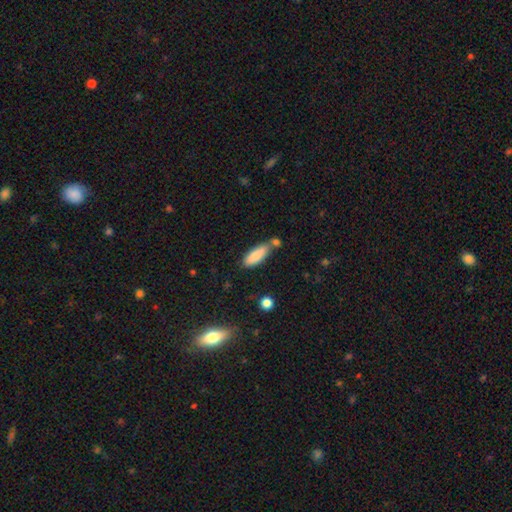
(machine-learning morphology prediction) smooth_or_featured: smooth (p=0.84) [alt: featured or disk p=0.09]
how_rounded: in between (p=0.62) [alt: cigar-shaped p=0.37]
merging: none (p=0.55) [alt: merger p=0.21]